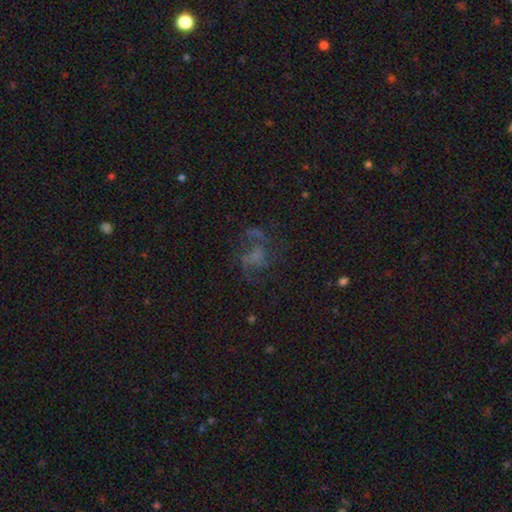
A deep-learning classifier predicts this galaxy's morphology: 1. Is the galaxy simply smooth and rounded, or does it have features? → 58% featured or disk, 21% star or artifact, 20% smooth.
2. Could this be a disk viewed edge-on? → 98% no, 2% yes.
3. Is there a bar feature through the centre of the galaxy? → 67% no, 27% weak, 6% strong.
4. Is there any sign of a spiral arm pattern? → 74% yes, 26% no.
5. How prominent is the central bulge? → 55% none, 21% small, 16% moderate, 6% large, 2% dominant.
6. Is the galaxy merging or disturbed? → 51% none, 29% major disturbance, 16% minor disturbance, 3% merger.